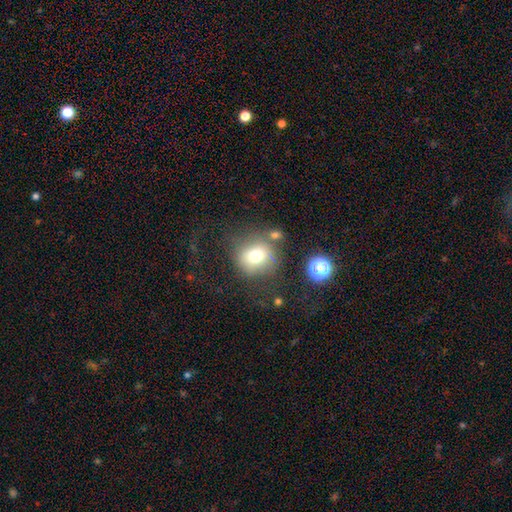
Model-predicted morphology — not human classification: This appears to be a smooth galaxy with no disk features (72%) that is round (85%). Merging: none (63%).